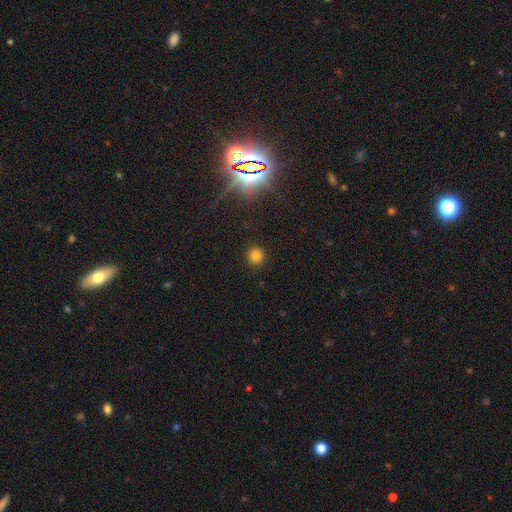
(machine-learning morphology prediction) type=smooth (79%); roundness=round (94%); merging=none (91%).